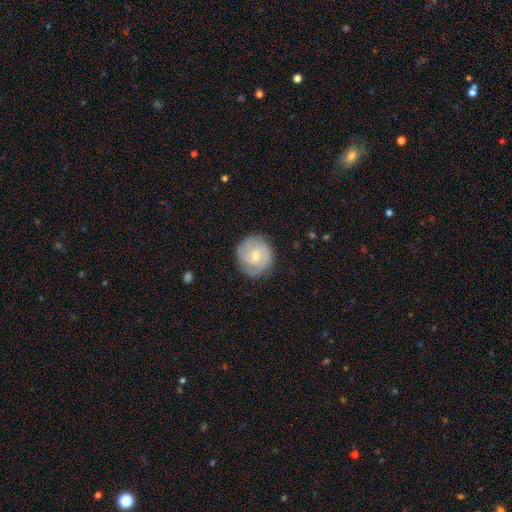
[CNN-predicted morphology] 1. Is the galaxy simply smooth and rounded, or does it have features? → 58% featured or disk, 36% smooth, 6% star or artifact.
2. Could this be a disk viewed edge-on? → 98% no, 2% yes.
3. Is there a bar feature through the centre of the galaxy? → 52% no, 42% weak, 7% strong.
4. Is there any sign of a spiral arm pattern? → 84% yes, 16% no.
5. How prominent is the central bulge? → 56% small, 40% moderate, 2% none, 2% large, 1% dominant.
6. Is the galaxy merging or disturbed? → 82% none, 13% minor disturbance, 4% major disturbance, 1% merger.